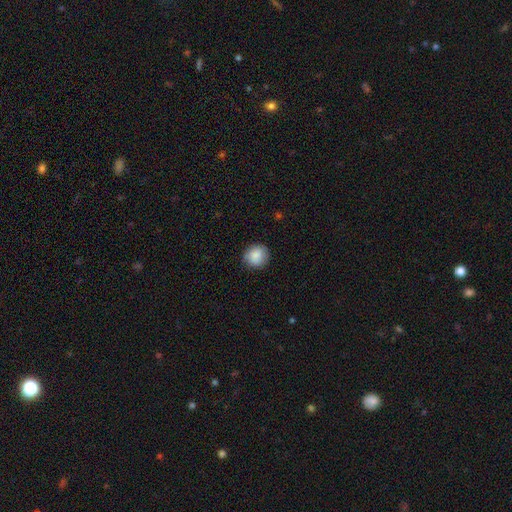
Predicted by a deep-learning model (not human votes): Morphology: type=smooth (87%); roundness=round (85%); merging=none (84%).